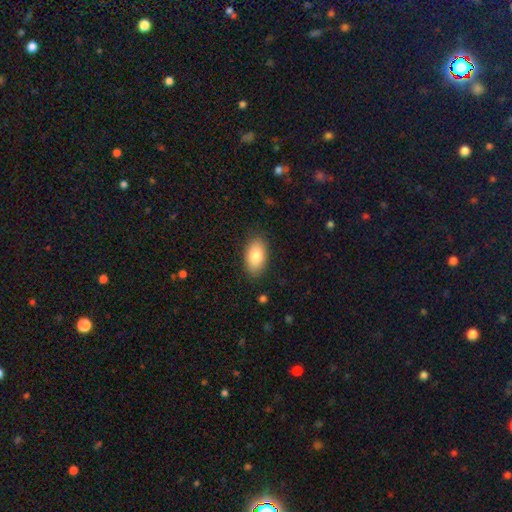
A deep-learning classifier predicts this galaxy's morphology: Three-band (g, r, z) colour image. It shows a smooth galaxy with no disk features (84%) that is in between round and cigar-shaped (93%). Merging: none (86%).